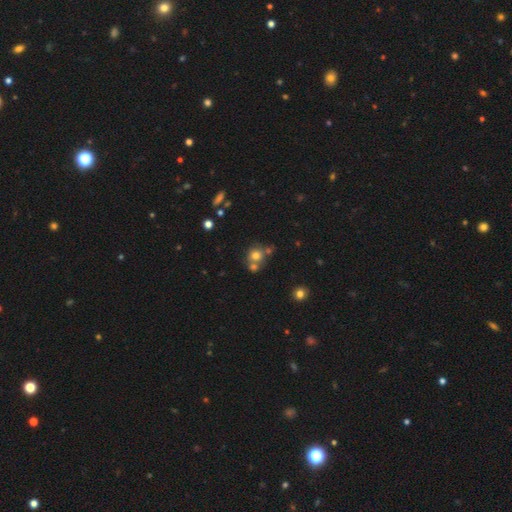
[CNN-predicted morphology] smooth_or_featured: smooth (p=0.71) [alt: star or artifact p=0.15]
how_rounded: round (p=0.85) [alt: in between p=0.13]
merging: none (p=0.51) [alt: merger p=0.35]